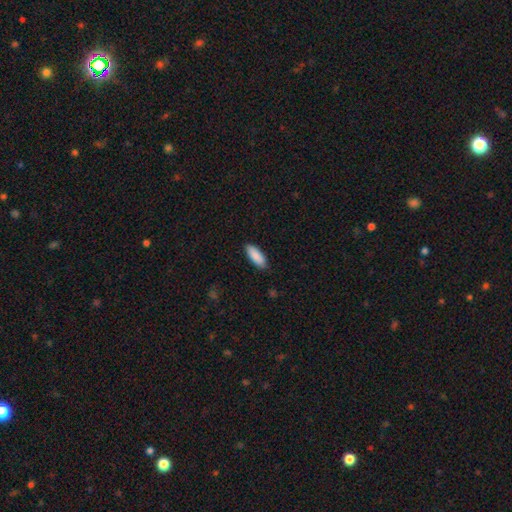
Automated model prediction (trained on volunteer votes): Overall: smooth (89%). How rounded: in between (75%). Merging: none (89%).